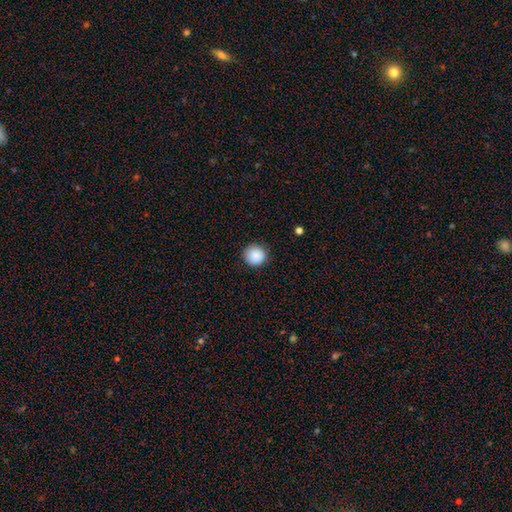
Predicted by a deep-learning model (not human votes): smooth 89%, star or artifact 8%, featured or disk 3%. Down the decision tree: how rounded — round (94%); merging — none (90%).